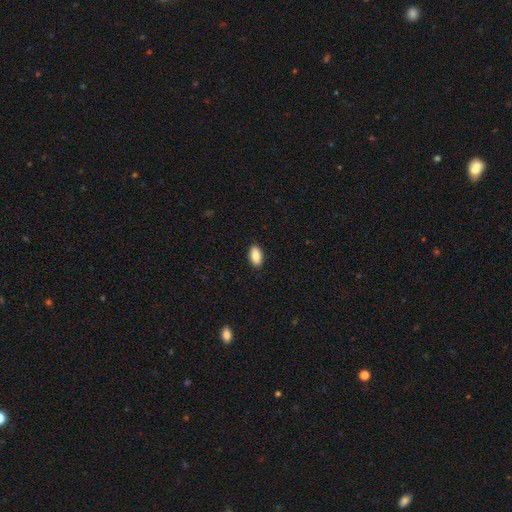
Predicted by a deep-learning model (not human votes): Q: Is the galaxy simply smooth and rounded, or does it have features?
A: smooth — 87%.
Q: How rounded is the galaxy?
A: in between — 93%.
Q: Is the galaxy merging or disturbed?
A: none — 90%.